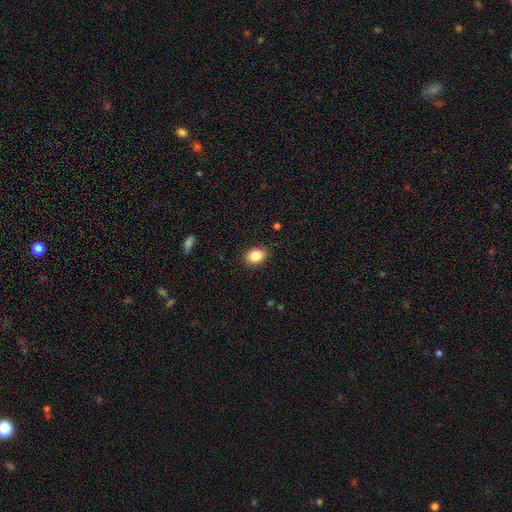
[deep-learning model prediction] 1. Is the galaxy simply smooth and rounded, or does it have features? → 85% smooth, 8% star or artifact, 6% featured or disk.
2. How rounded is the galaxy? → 75% in between, 24% round, 1% cigar-shaped.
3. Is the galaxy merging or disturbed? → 87% none, 9% minor disturbance, 2% major disturbance, 1% merger.